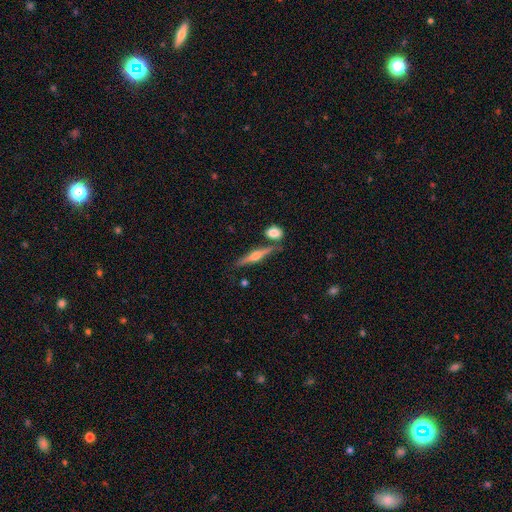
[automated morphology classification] Overall: featured or disk (71%). Edge-on disk: yes (97%). Edge-on bulge: rounded (93%). Merging: none (78%).